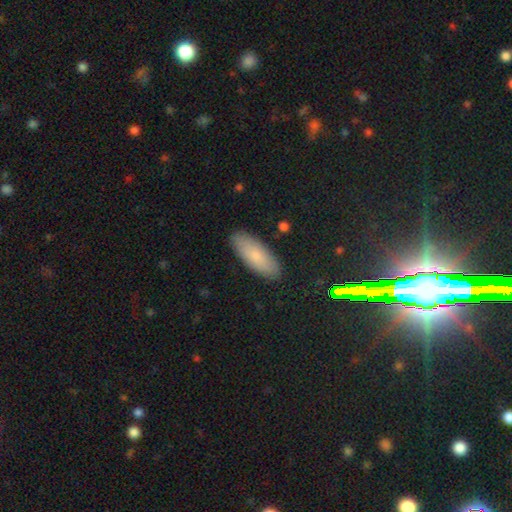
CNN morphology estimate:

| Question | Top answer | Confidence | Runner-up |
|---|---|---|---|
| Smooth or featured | smooth | 79% | featured or disk (14%) |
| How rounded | in between | 74% | cigar-shaped (24%) |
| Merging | none | 88% | minor disturbance (9%) |